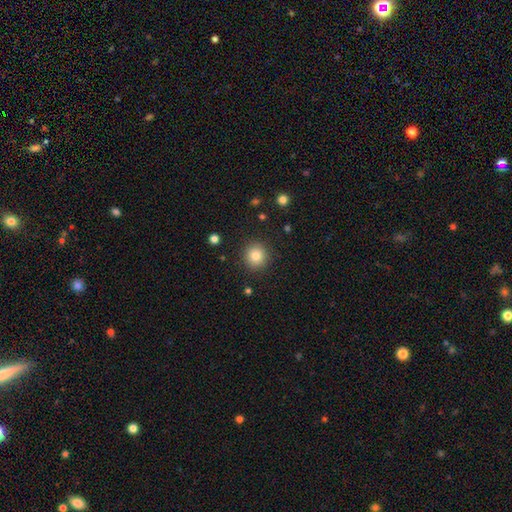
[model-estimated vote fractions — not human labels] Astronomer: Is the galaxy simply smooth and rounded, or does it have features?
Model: smooth — 82%.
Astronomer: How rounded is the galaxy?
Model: round — 92%.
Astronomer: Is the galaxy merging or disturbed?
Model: none — 90%.